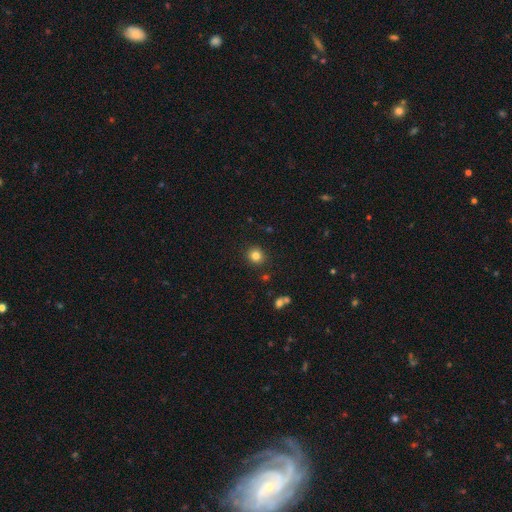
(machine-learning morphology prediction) Overall: smooth (83%). How rounded: round (90%). Merging: none (90%).